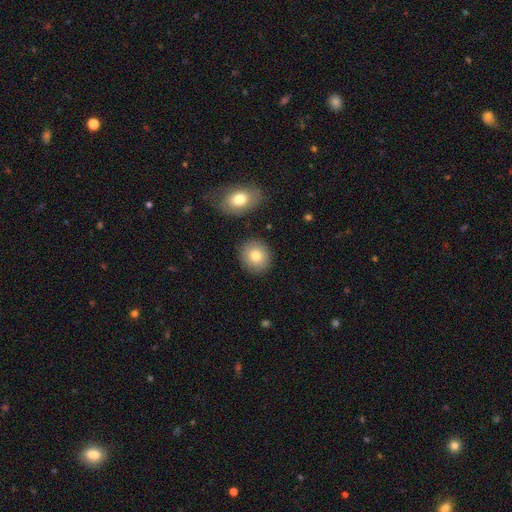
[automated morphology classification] A smooth galaxy with no disk features (82%) that is round (82%).

Vote fractions:
- Smooth or featured? smooth: 82% / featured or disk: 10% / star or artifact: 8%
- How rounded? round: 82% / in between: 17% / cigar-shaped: 1%
- Merging? none: 86% / minor disturbance: 8% / merger: 4% / major disturbance: 2%